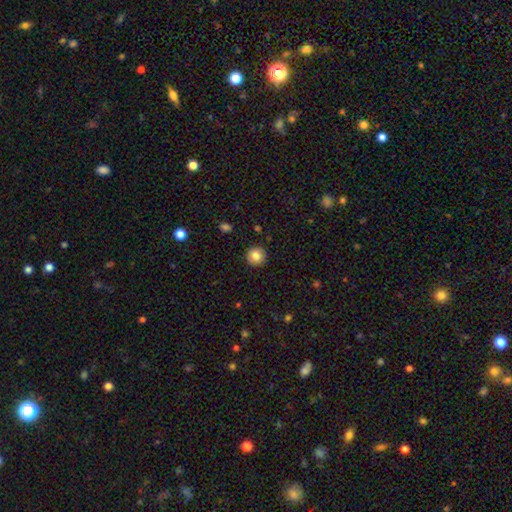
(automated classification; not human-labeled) Q: Smooth or featured?
A: smooth (84%); runner-up: star or artifact (9%)
Q: How rounded?
A: round (94%); runner-up: in between (5%)
Q: Merging?
A: none (92%); runner-up: minor disturbance (5%)